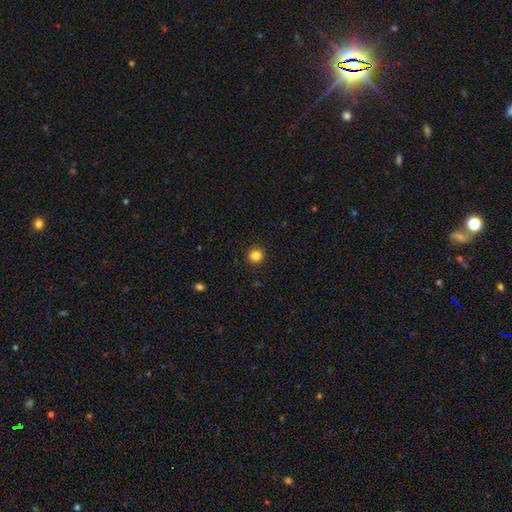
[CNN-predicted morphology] This is clearly a smooth galaxy (84%). How rounded: clearly round (92%). Merging: clearly none (92%).